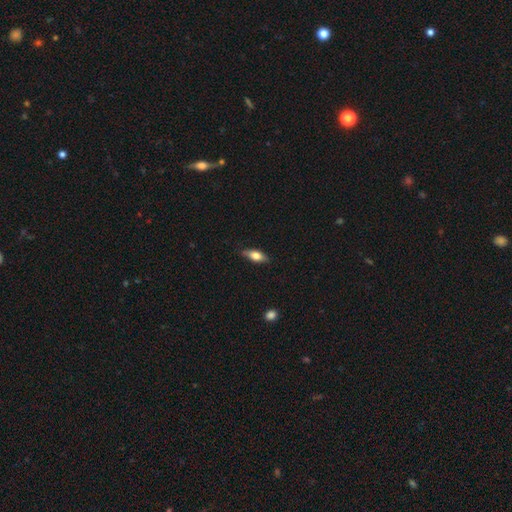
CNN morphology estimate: Overall: smooth (66%; featured or disk 28%). How rounded: in between (73%). Merging: none (83%).